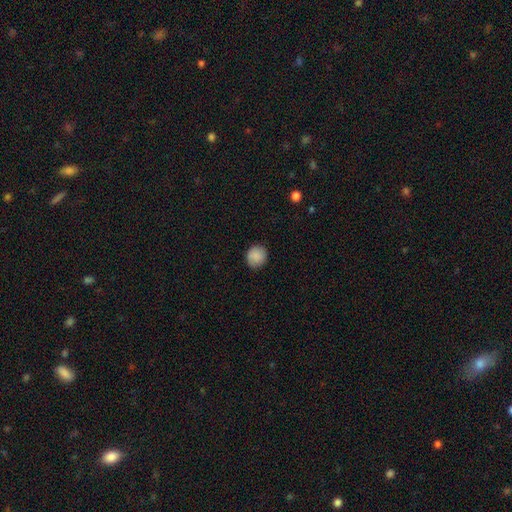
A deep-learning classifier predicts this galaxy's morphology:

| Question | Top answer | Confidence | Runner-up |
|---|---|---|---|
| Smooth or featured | smooth | 85% | star or artifact (8%) |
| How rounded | round | 86% | in between (13%) |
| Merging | none | 85% | minor disturbance (11%) |